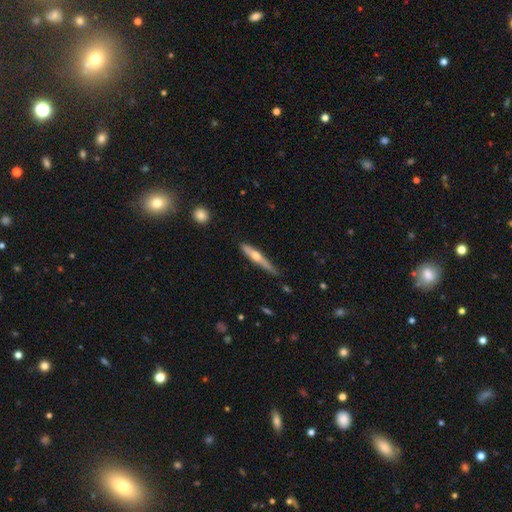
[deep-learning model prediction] Smooth or featured? featured or disk (55%)
Edge-on disk? yes (94%)
Edge-on bulge? rounded (87%)
Merging? none (68%)